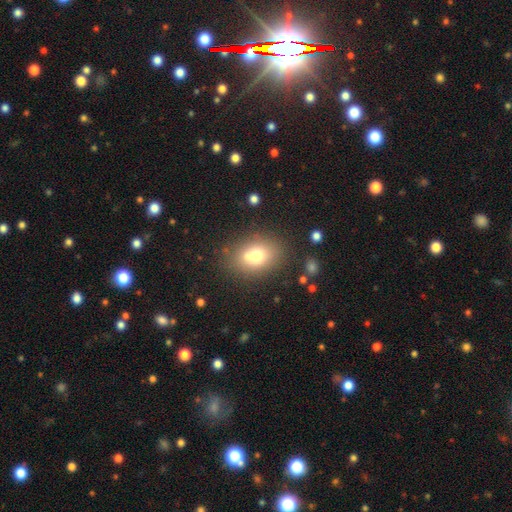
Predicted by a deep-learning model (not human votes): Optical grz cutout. It shows a smooth galaxy with no disk features (70%) that is in between round and cigar-shaped (58%). Merging: none (62%).